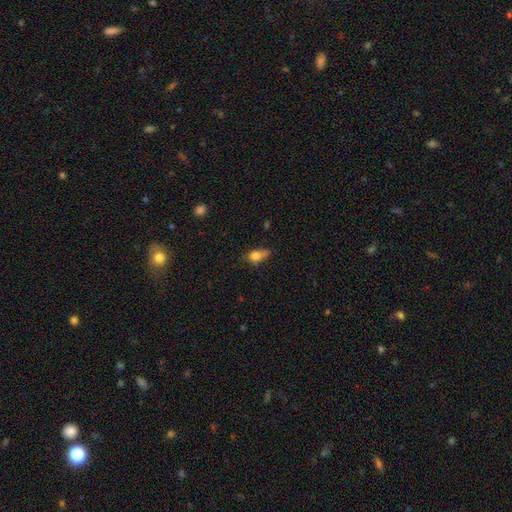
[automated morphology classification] A smooth galaxy with no disk features (77%) that is in between round and cigar-shaped (76%).

Vote fractions:
- Smooth or featured? smooth: 77% / featured or disk: 14% / star or artifact: 10%
- How rounded? in between: 76% / round: 18% / cigar-shaped: 7%
- Merging? minor disturbance: 41% / none: 39% / major disturbance: 16% / merger: 4%